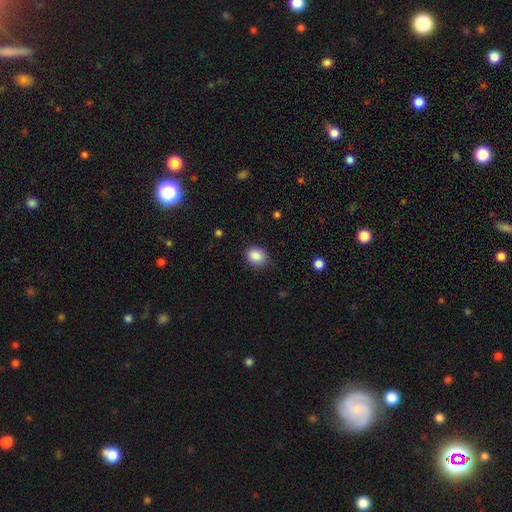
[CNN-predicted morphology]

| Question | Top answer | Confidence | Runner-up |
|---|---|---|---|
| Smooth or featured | smooth | 88% | star or artifact (9%) |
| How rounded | round | 63% | in between (36%) |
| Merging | none | 85% | minor disturbance (11%) |